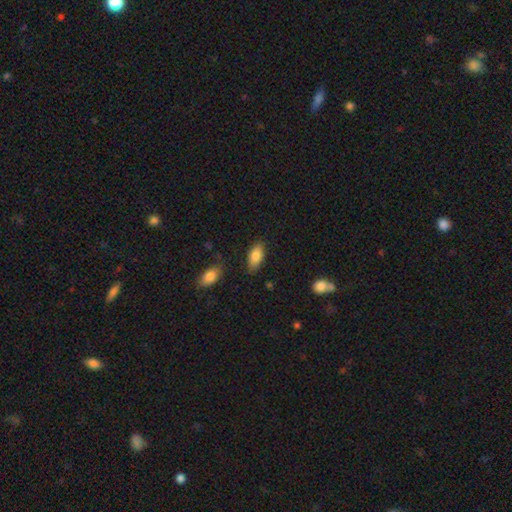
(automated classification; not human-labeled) smooth 84%, featured or disk 9%, star or artifact 7%. Down the decision tree: how rounded — in between (90%); merging — none (79%).